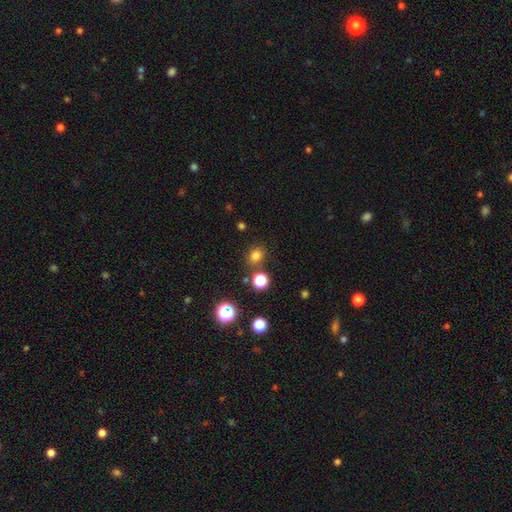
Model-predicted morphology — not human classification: Overall: smooth (76%). How rounded: round (66%; in between 33%). Merging: none (80%).